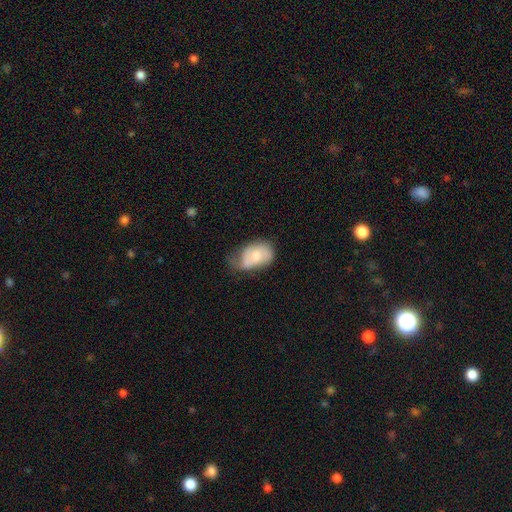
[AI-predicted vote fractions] Smooth or featured: smooth — 61% (featured or disk — 33%)
How rounded: in between — 87% (round — 12%)
Merging: minor disturbance — 44% (none — 31%)